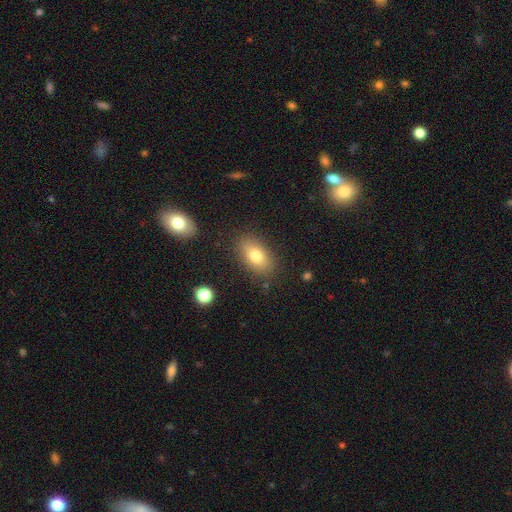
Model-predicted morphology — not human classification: Smooth or featured: smooth — 77% (featured or disk — 14%)
How rounded: in between — 89% (round — 9%)
Merging: none — 84% (minor disturbance — 11%)